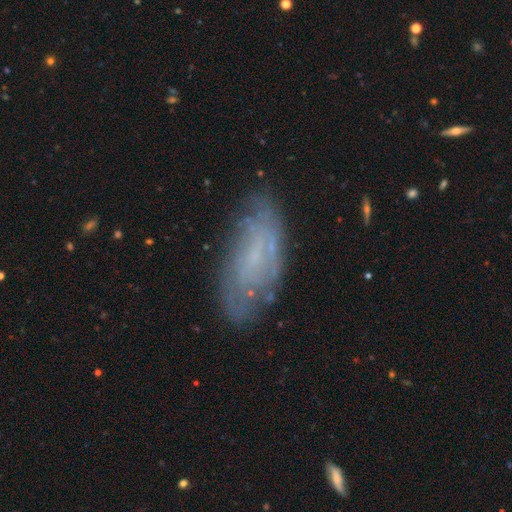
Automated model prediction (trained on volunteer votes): Smooth or featured: featured or disk — 56% (smooth — 34%)
Edge-on disk: no — 87% (yes — 13%)
Merging: none — 73% (minor disturbance — 19%)